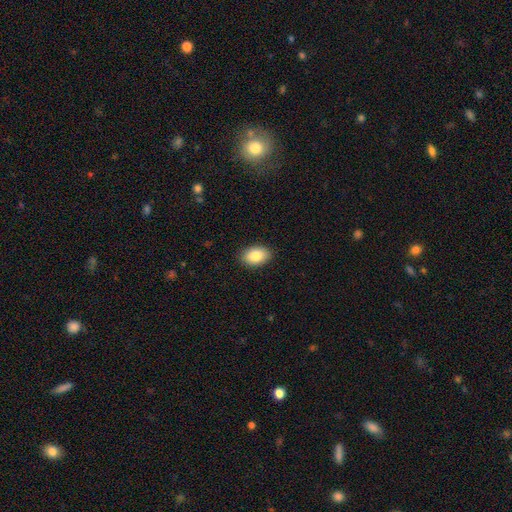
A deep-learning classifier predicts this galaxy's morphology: The model was most divided on "how rounded": in between: 88%, round: 11%, cigar-shaped: 1%. More confident: merging — none (89%); smooth or featured — smooth (85%).